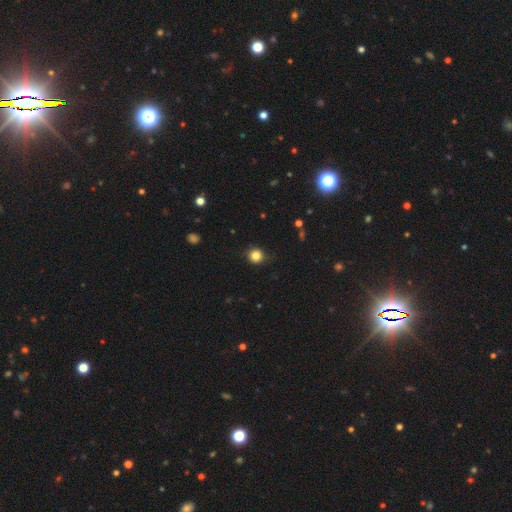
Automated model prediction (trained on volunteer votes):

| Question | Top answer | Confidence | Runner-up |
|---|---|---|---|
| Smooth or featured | smooth | 84% | star or artifact (12%) |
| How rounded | round | 91% | in between (8%) |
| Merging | none | 86% | minor disturbance (10%) |